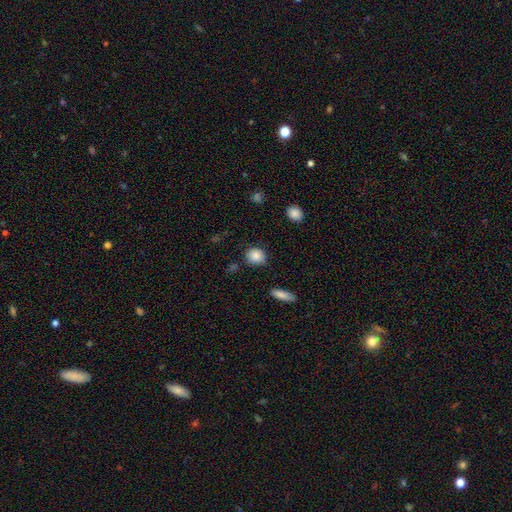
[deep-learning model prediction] A smooth galaxy with no disk features (87%) that is round (75%).

Vote fractions:
- Smooth or featured? smooth: 87% / star or artifact: 8% / featured or disk: 5%
- How rounded? round: 75% / in between: 24% / cigar-shaped: 1%
- Merging? none: 79% / minor disturbance: 15% / major disturbance: 3% / merger: 3%